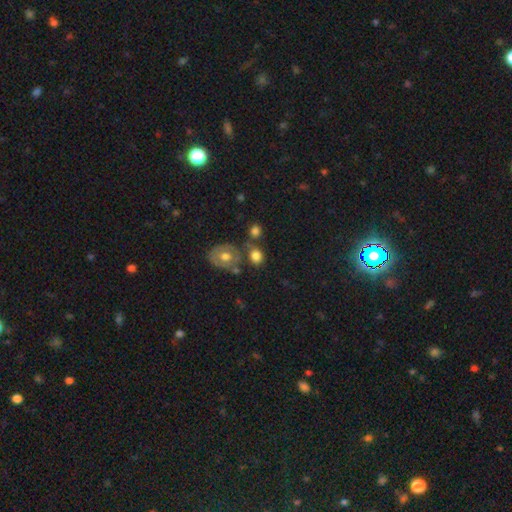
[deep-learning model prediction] The model was most divided on "how rounded": round: 57%, in between: 42%, cigar-shaped: 1%. More confident: smooth or featured — smooth (75%); merging — none (55%).